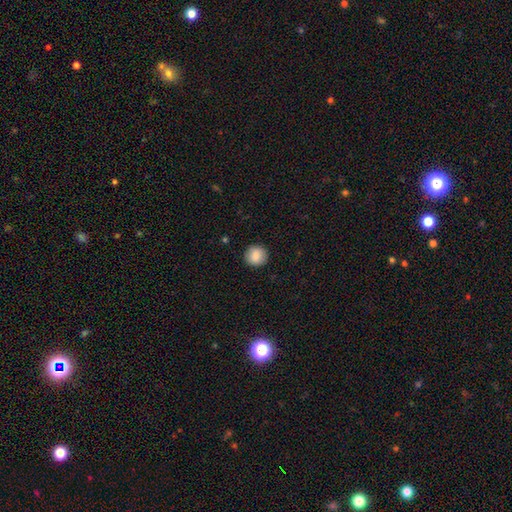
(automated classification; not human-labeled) Q: Smooth or featured?
A: smooth (87%); runner-up: star or artifact (8%)
Q: How rounded?
A: round (91%); runner-up: in between (8%)
Q: Merging?
A: none (91%); runner-up: minor disturbance (7%)